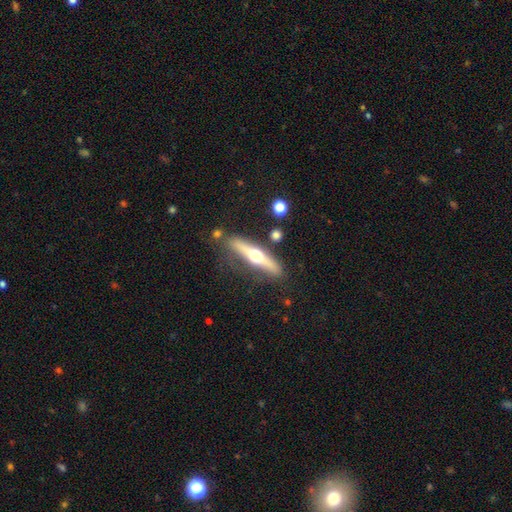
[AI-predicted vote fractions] Morphology: type=featured or disk (68%); edge-on=yes (95%); edge-on bulge=rounded (95%); merging=none (80%).